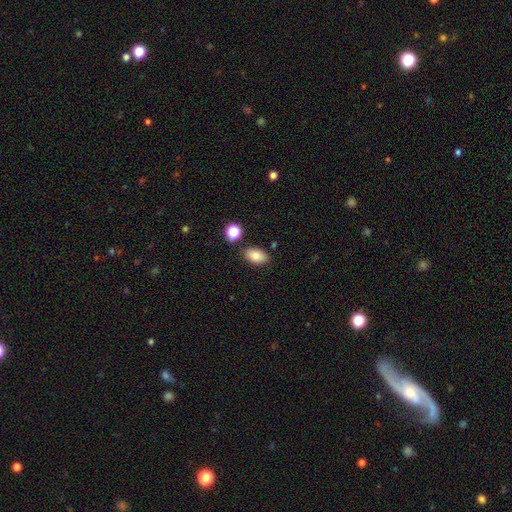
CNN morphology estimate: Overall: smooth (83%). How rounded: in between (90%). Merging: none (82%).